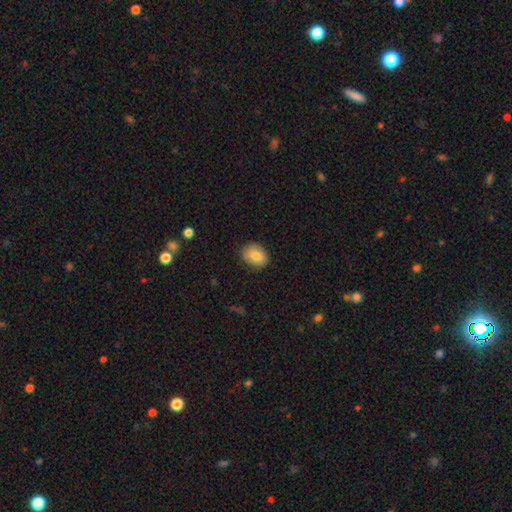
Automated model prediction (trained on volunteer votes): This appears to be a smooth galaxy with no disk features (82%) that is in between round and cigar-shaped (68%). Merging: none (84%).